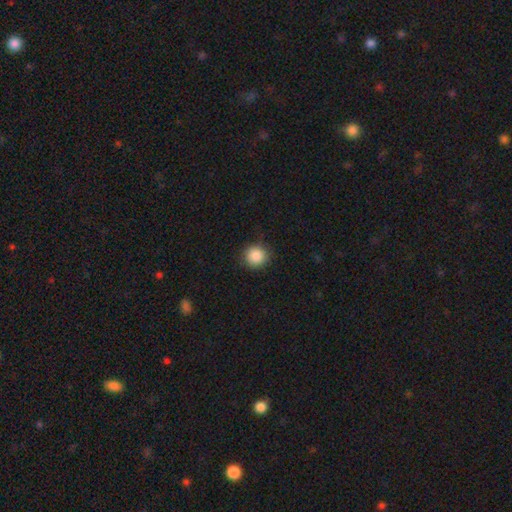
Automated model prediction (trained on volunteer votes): Smooth or featured: smooth — 87% (star or artifact — 9%)
How rounded: round — 93% (in between — 6%)
Merging: none — 90% (minor disturbance — 7%)